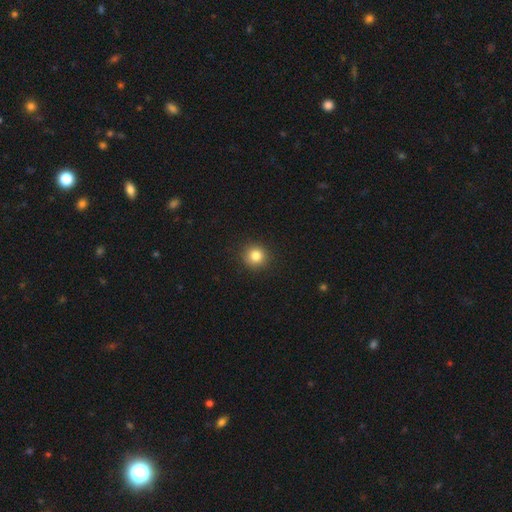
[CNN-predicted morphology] This appears to be a smooth galaxy with no disk features (82%) that is round (93%). Merging: none (91%).